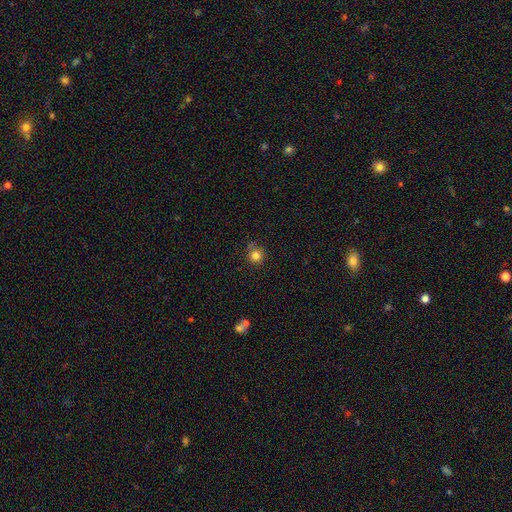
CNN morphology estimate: Overall: smooth (81%). How rounded: round (94%). Merging: none (78%).